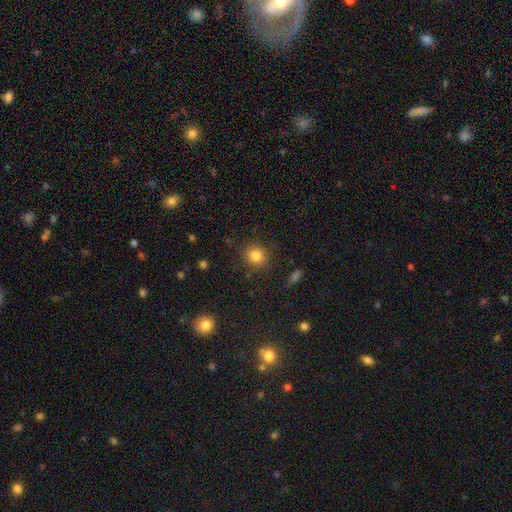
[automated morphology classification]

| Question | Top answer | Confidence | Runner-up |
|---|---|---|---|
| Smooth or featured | smooth | 83% | star or artifact (11%) |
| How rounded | round | 86% | in between (13%) |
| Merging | none | 87% | minor disturbance (8%) |